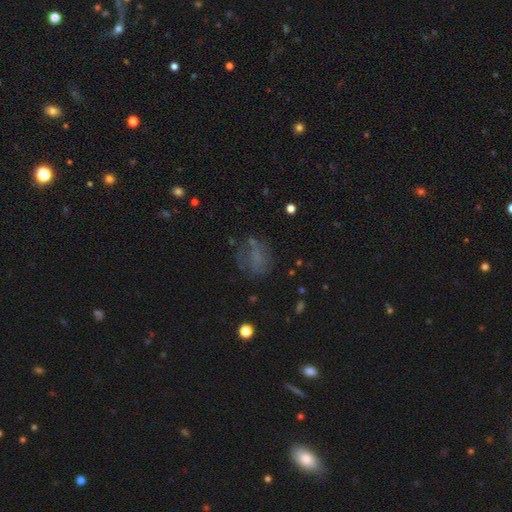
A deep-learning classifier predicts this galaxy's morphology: Smooth or featured? smooth (45%)
Merging? none (52%)